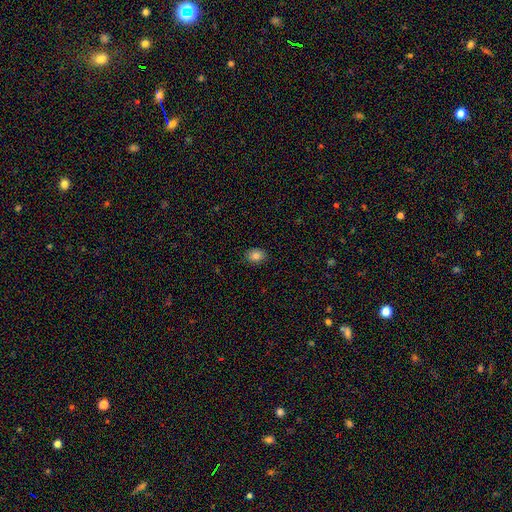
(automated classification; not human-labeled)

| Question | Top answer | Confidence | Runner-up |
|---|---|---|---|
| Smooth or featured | smooth | 84% | star or artifact (10%) |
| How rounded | in between | 59% | round (40%) |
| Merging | none | 88% | minor disturbance (9%) |